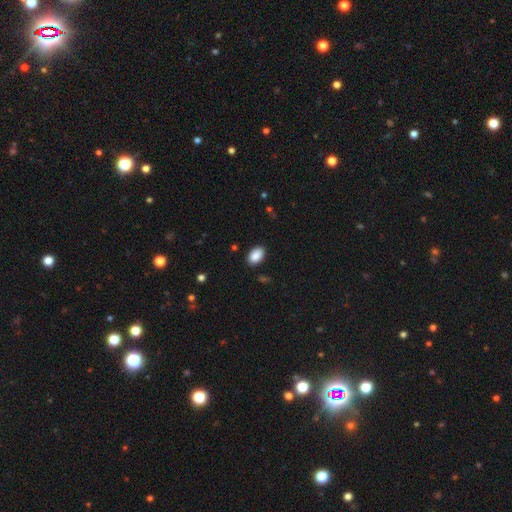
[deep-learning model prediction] A smooth galaxy with no disk features (89%) that is in between round and cigar-shaped (92%).

Vote fractions:
- Smooth or featured? smooth: 89% / star or artifact: 7% / featured or disk: 4%
- How rounded? in between: 92% / round: 7% / cigar-shaped: 1%
- Merging? none: 87% / minor disturbance: 9% / major disturbance: 2% / merger: 1%